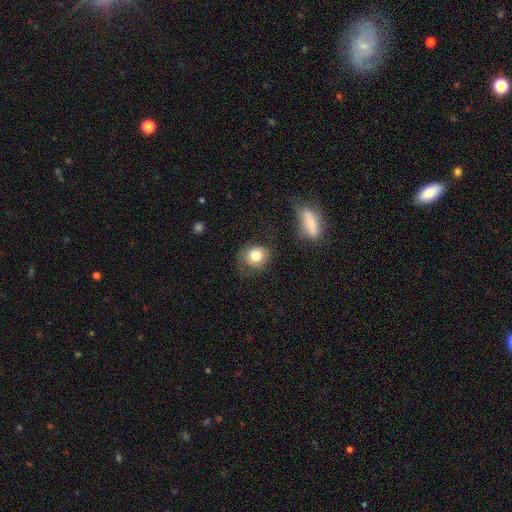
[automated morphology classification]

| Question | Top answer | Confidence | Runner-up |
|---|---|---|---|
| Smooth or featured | smooth | 79% | featured or disk (12%) |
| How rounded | round | 77% | in between (22%) |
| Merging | none | 64% | minor disturbance (21%) |